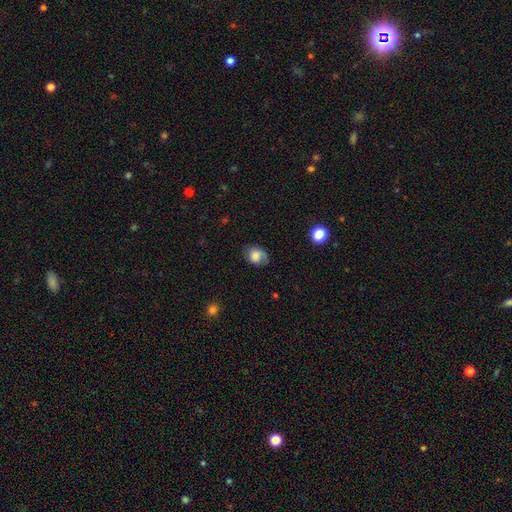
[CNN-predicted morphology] The model was most divided on "how rounded": in between: 60%, round: 39%, cigar-shaped: 1%. More confident: merging — none (63%); smooth or featured — smooth (59%).